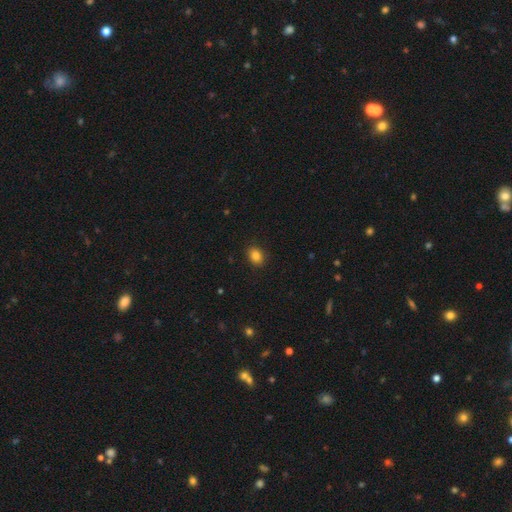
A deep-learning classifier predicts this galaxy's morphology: smooth_or_featured: smooth (p=0.85) [alt: star or artifact p=0.10]
how_rounded: in between (p=0.60) [alt: round p=0.39]
merging: none (p=0.88) [alt: minor disturbance p=0.09]